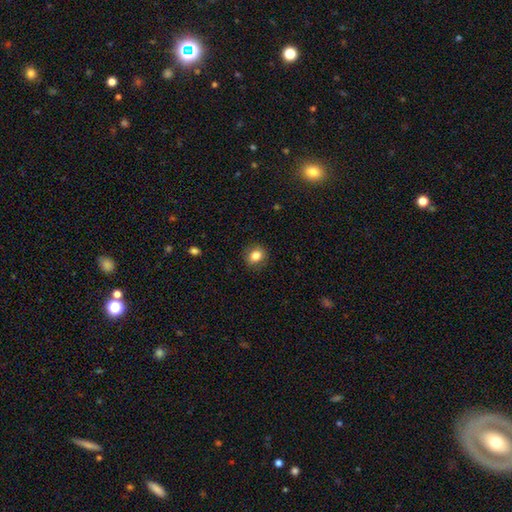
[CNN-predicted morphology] Smooth or featured? smooth (83%)
How rounded? round (69%)
Merging? none (88%)